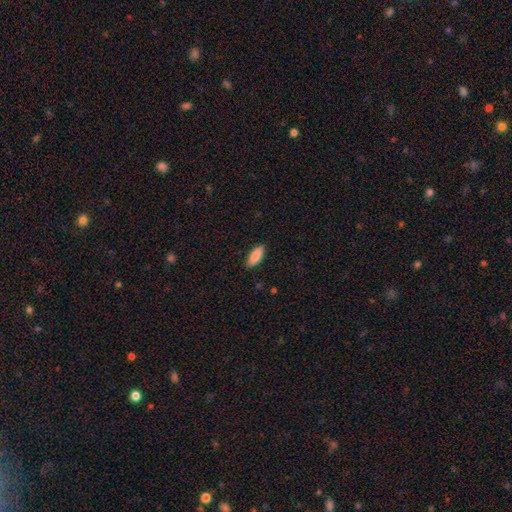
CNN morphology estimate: This is clearly a smooth galaxy (89%). How rounded: likely in between (75%). Merging: clearly none (86%).